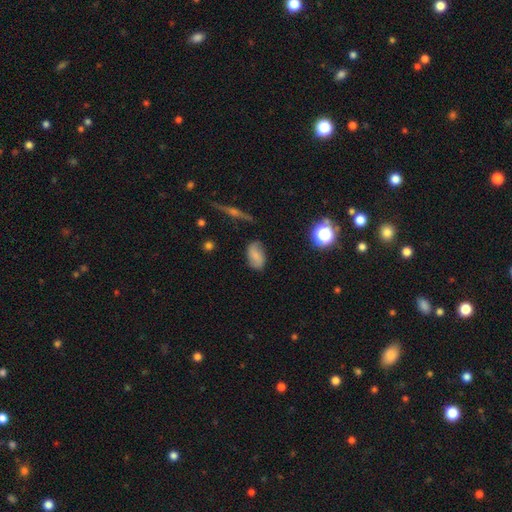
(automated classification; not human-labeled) Morphology: type=smooth (62%); roundness=in between (89%); merging=none (76%).